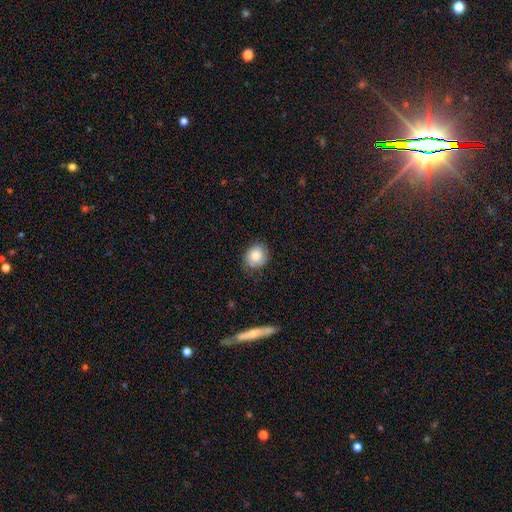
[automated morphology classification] A smooth galaxy with no disk features (75%) that is round (70%).

Vote fractions:
- Smooth or featured? smooth: 75% / featured or disk: 17% / star or artifact: 8%
- How rounded? round: 70% / in between: 30% / cigar-shaped: 1%
- Merging? none: 73% / minor disturbance: 21% / major disturbance: 5% / merger: 1%